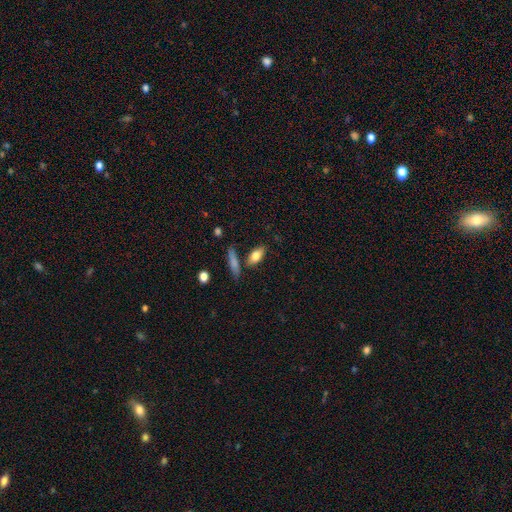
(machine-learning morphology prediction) Smooth or featured: smooth — 78% (featured or disk — 15%)
How rounded: in between — 80% (cigar-shaped — 16%)
Merging: none — 75% (minor disturbance — 13%)